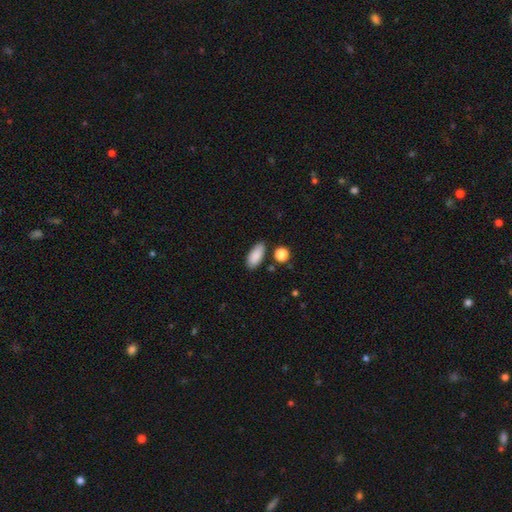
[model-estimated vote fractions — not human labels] Q: Smooth or featured?
A: smooth (88%); runner-up: star or artifact (7%)
Q: How rounded?
A: in between (87%); runner-up: cigar-shaped (10%)
Q: Merging?
A: none (80%); runner-up: minor disturbance (12%)